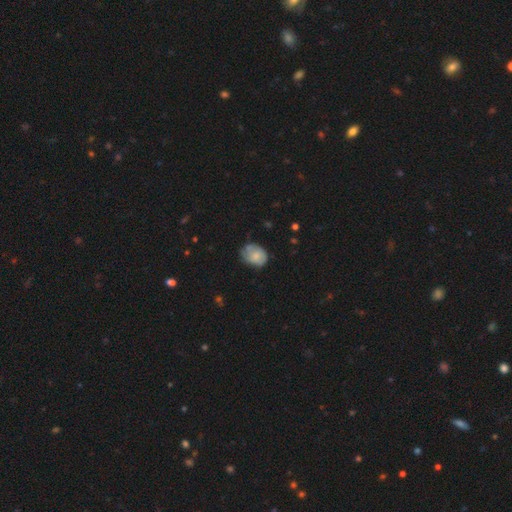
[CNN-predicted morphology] Smooth or featured?
  - smooth: 70% *
  - featured or disk: 22%
  - star or artifact: 8%
How rounded?
  - in between: 56% *
  - round: 43%
  - cigar-shaped: 1%
Merging?
  - none: 57% *
  - minor disturbance: 33%
  - major disturbance: 9%
  - merger: 2%